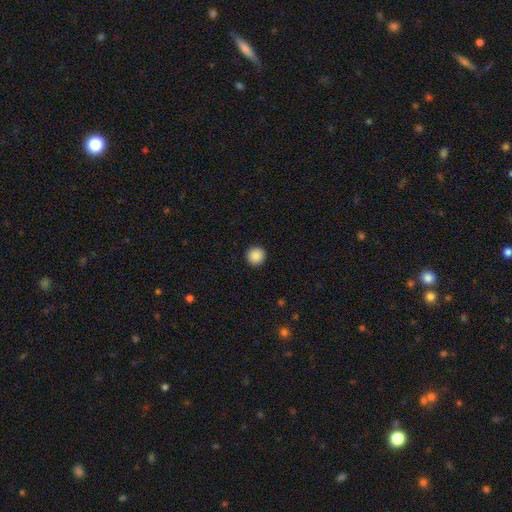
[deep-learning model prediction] This appears to be a smooth galaxy with no disk features (89%) that is round (95%). Merging: none (93%).